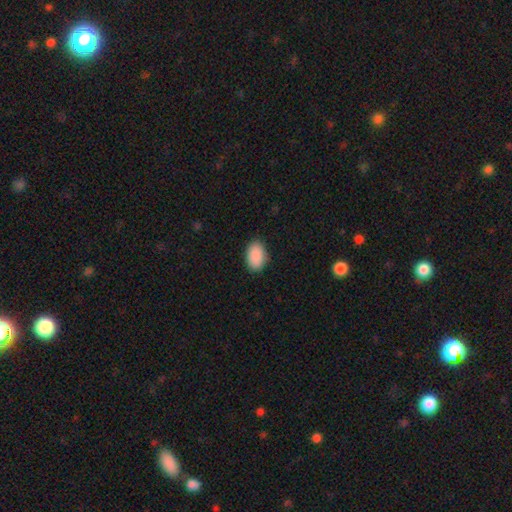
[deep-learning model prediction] Q: Smooth or featured?
A: smooth (91%); runner-up: star or artifact (7%)
Q: How rounded?
A: in between (90%); runner-up: round (9%)
Q: Merging?
A: none (86%); runner-up: minor disturbance (11%)